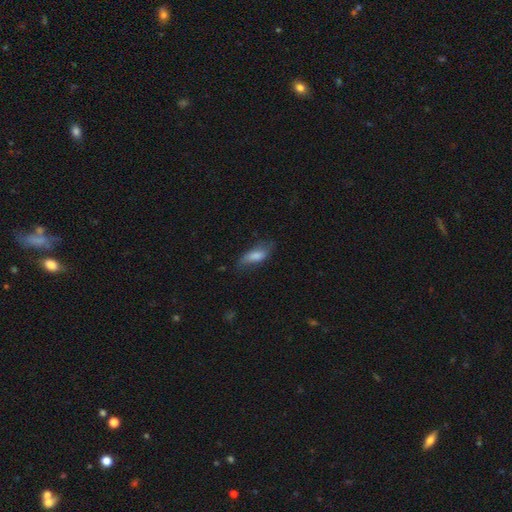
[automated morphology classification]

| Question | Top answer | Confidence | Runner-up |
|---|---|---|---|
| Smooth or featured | smooth | 73% | featured or disk (19%) |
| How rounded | in between | 76% | cigar-shaped (22%) |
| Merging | none | 58% | minor disturbance (29%) |